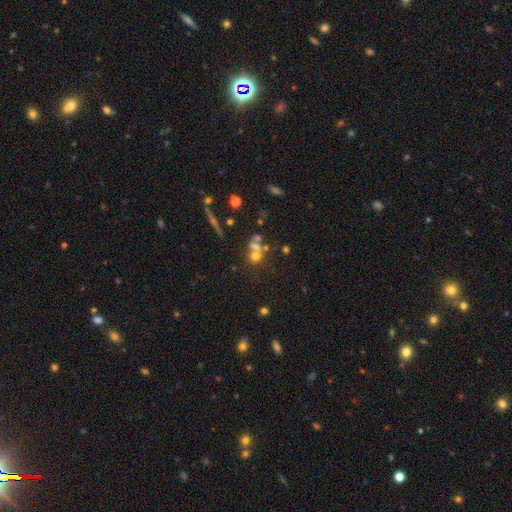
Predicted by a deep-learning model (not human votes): Smooth or featured?
  - smooth: 54% *
  - featured or disk: 23%
  - star or artifact: 22%
How rounded?
  - round: 76% *
  - in between: 22%
  - cigar-shaped: 3%
Merging?
  - merger: 45% *
  - none: 39%
  - minor disturbance: 9%
  - major disturbance: 7%